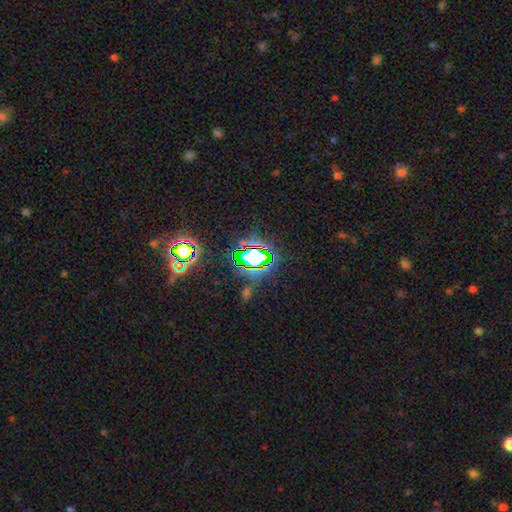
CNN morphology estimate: smooth_or_featured: star or artifact (p=0.71) [alt: smooth p=0.18]